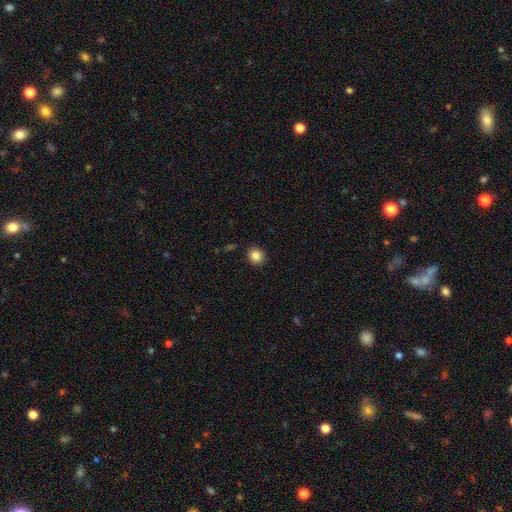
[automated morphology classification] Smooth or featured? Predicted: smooth (p=0.85). How rounded? Predicted: round (p=0.82). Merging? Predicted: none (p=0.91).